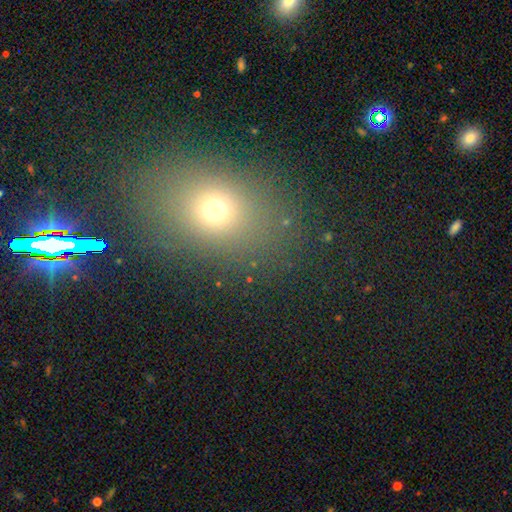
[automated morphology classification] Smooth or featured? Predicted: smooth (p=0.59). How rounded? Predicted: in between (p=0.57). Merging? Predicted: none (p=0.84).